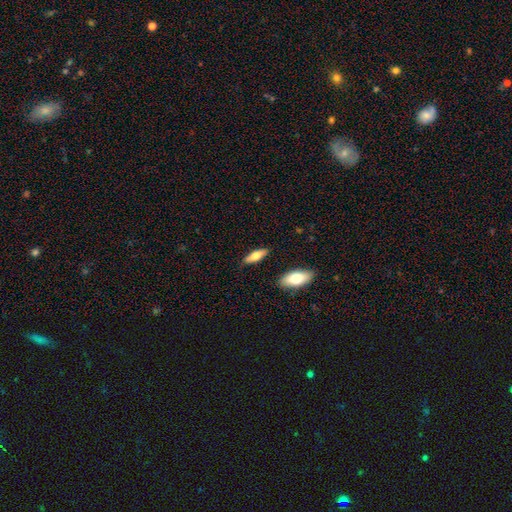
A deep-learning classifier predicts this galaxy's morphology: Smooth or featured?
  - smooth: 67% *
  - featured or disk: 27%
  - star or artifact: 6%
How rounded?
  - in between: 59% *
  - cigar-shaped: 38%
  - round: 2%
Merging?
  - none: 84% *
  - minor disturbance: 11%
  - merger: 3%
  - major disturbance: 2%